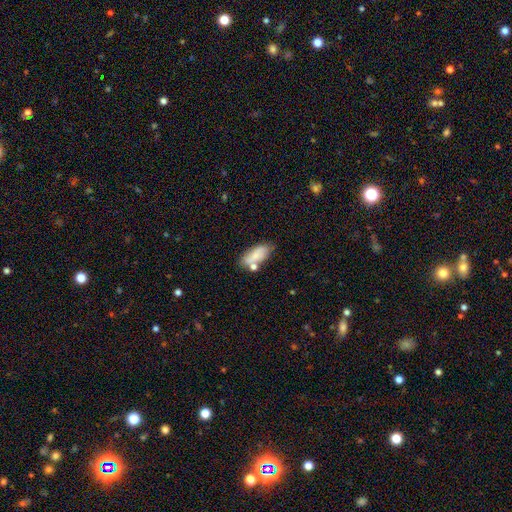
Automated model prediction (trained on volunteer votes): The model was most divided on "merging": none: 60%, minor disturbance: 20%, merger: 15%, major disturbance: 5%. More confident: how rounded — in between (83%); smooth or featured — smooth (78%).